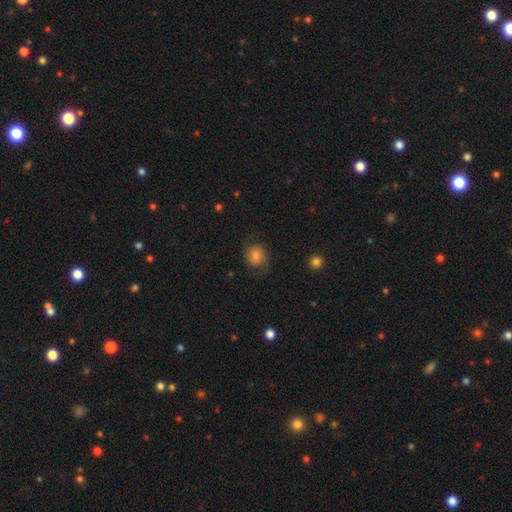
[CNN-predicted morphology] Smooth or featured? Predicted: smooth (p=0.53). How rounded? Predicted: round (p=0.68). Merging? Predicted: none (p=0.67).